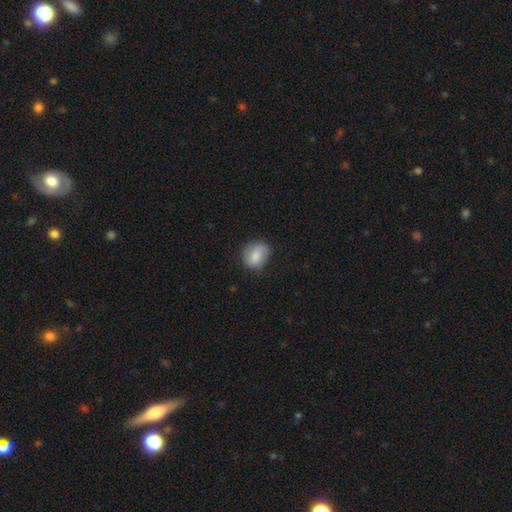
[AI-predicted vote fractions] The model was most divided on "how rounded": round: 56%, in between: 43%, cigar-shaped: 1%. More confident: smooth or featured — smooth (77%); merging — none (70%).